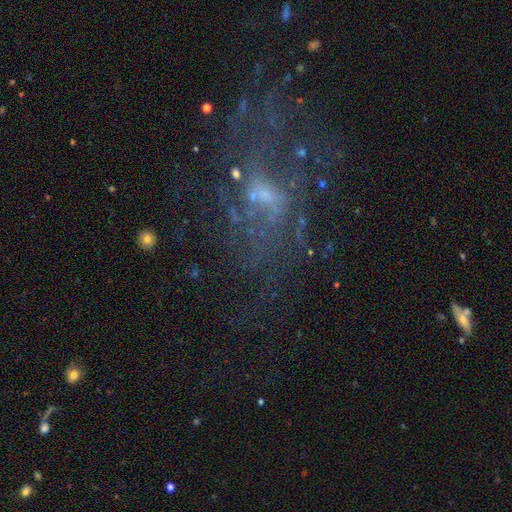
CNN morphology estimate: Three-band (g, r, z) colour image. It shows a featured or disk galaxy (62%) with no bar (56%), no spiral arms (51%) and a small central bulge (58%). Merging: none (45%).